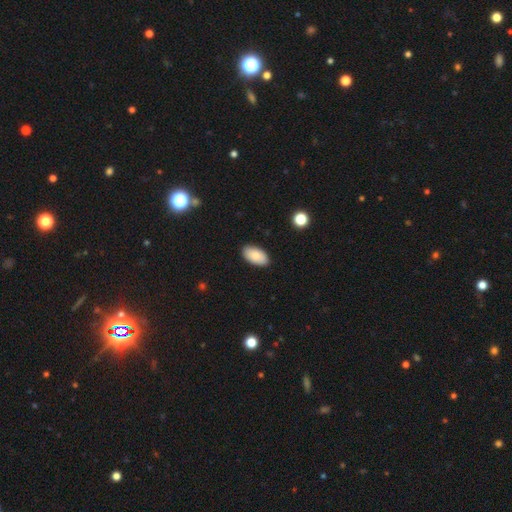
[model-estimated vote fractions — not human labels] This is clearly a smooth galaxy (86%). How rounded: clearly in between (96%). Merging: clearly none (88%).